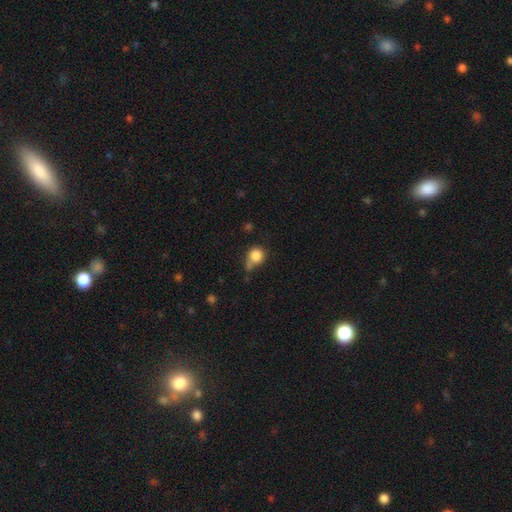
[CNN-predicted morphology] Smooth or featured?
  - smooth: 82% *
  - star or artifact: 10%
  - featured or disk: 8%
How rounded?
  - round: 83% *
  - in between: 16%
  - cigar-shaped: 1%
Merging?
  - none: 43% *
  - minor disturbance: 30%
  - major disturbance: 14%
  - merger: 13%